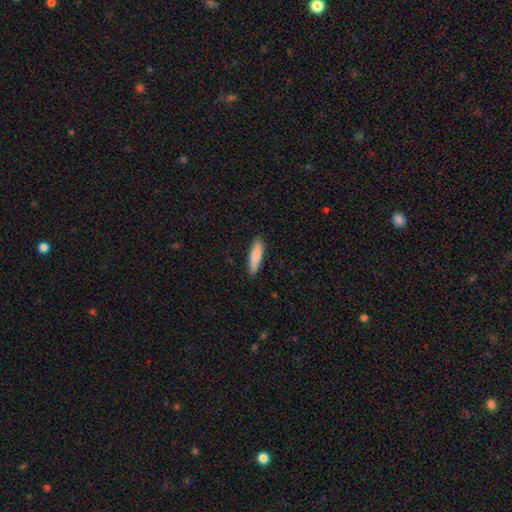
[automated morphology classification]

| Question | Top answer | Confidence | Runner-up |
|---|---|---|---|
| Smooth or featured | smooth | 86% | featured or disk (9%) |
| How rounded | cigar-shaped | 65% | in between (33%) |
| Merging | none | 88% | minor disturbance (9%) |